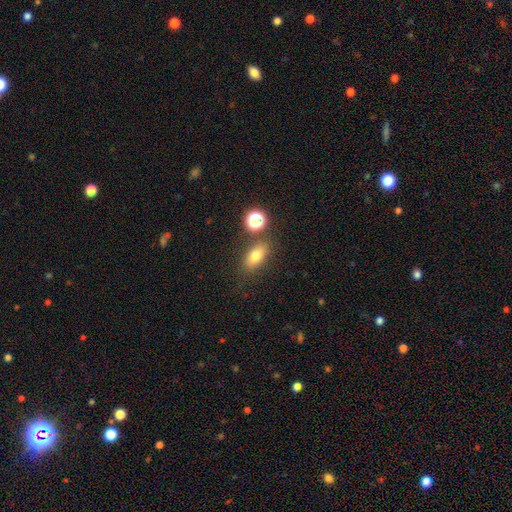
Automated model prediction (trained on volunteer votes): Smooth or featured: smooth — 75% (star or artifact — 13%)
How rounded: in between — 78% (round — 13%)
Merging: none — 77% (minor disturbance — 11%)